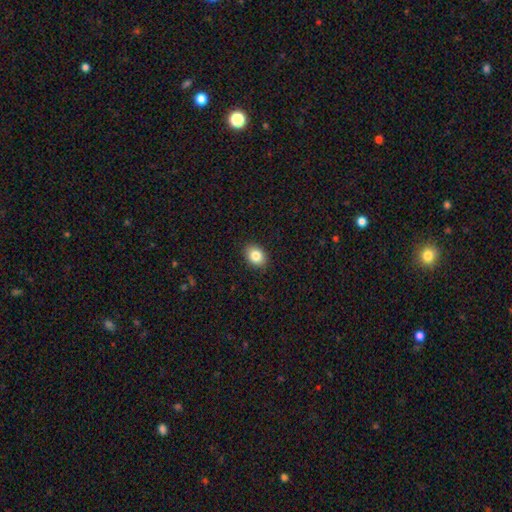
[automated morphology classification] type=smooth (84%); roundness=in between (70%); merging=none (90%).